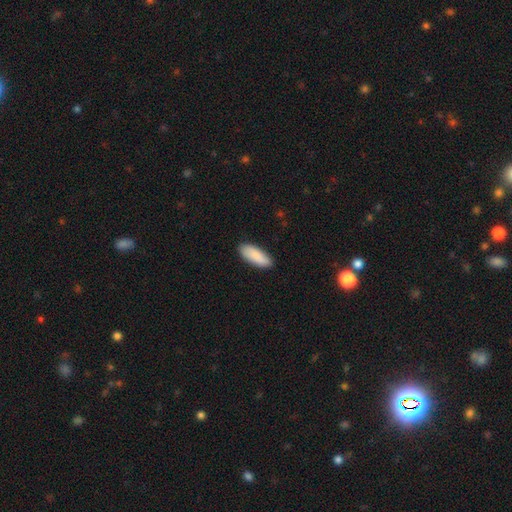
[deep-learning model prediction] Overall: smooth (88%). How rounded: in between (74%). Merging: none (86%).